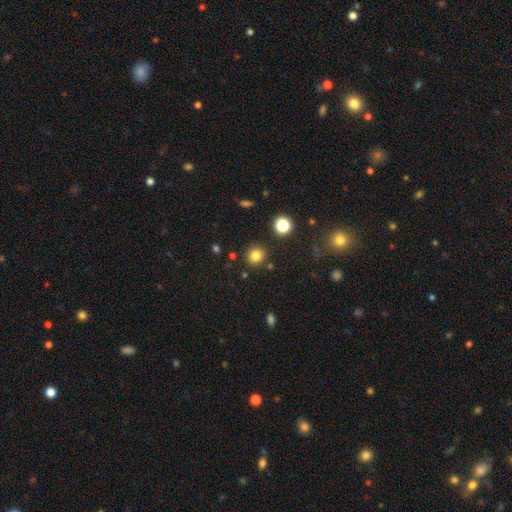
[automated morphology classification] This appears to be a smooth galaxy with no disk features (81%) that is round (86%). Merging: none (86%).